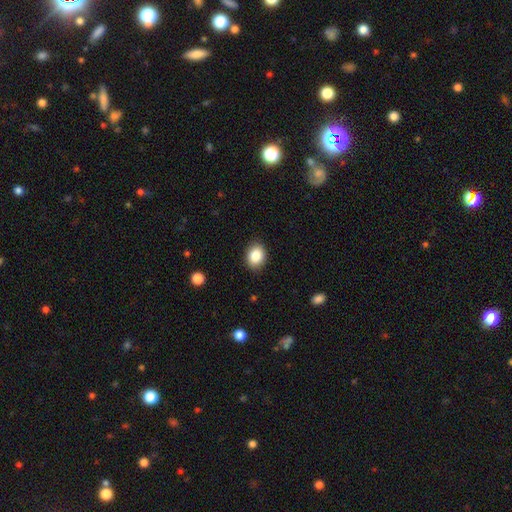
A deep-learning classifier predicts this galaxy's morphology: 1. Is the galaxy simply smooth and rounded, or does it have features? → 86% smooth, 9% star or artifact, 6% featured or disk.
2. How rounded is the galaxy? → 58% in between, 41% round, 1% cigar-shaped.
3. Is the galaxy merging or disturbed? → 88% none, 9% minor disturbance, 2% major disturbance, 1% merger.